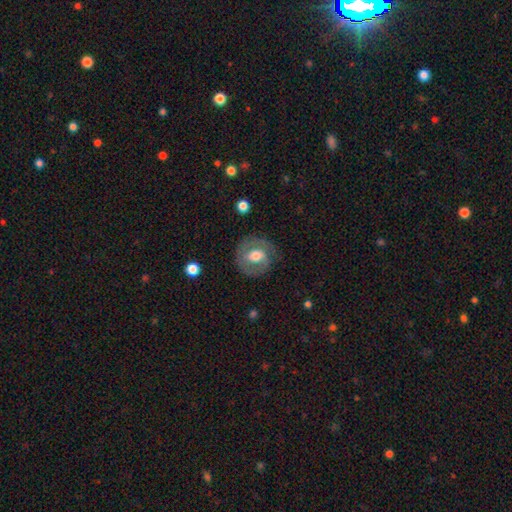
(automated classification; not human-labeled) featured or disk 58%, smooth 36%, star or artifact 6%. Down the decision tree: edge-on disk — no (96%); bar — no (44%); spiral arms — yes (64%); bulge size — moderate (67%); merging — none (78%).